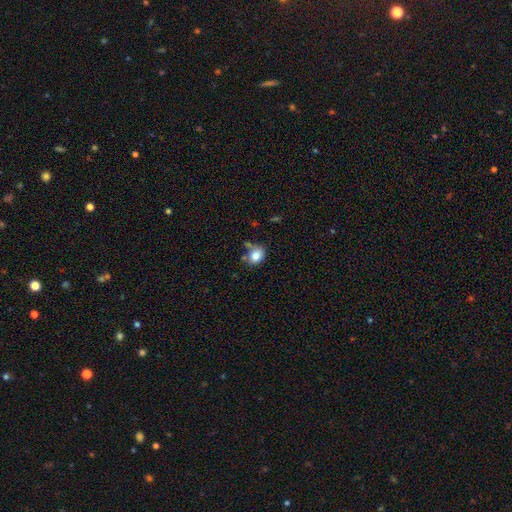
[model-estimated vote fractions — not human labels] A smooth galaxy with no disk features (83%) that is round (50%). Merging: none (61%).